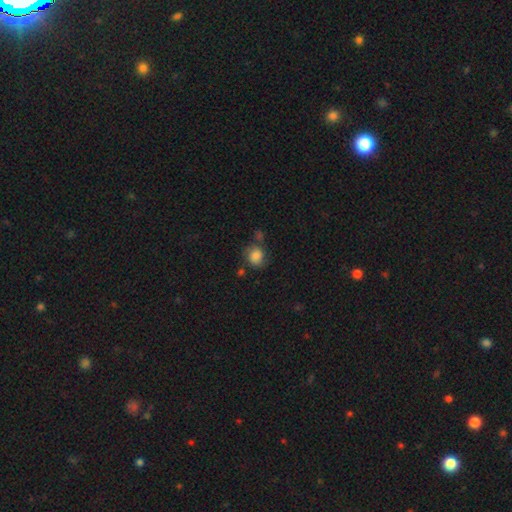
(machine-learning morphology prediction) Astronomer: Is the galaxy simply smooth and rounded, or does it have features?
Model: smooth — 76%.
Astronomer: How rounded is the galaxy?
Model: round — 74%.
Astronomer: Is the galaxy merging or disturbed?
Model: none — 55%.